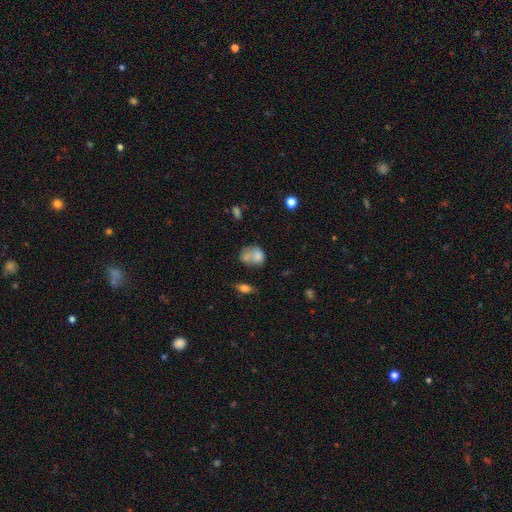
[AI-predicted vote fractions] A smooth galaxy with no disk features (71%) that is in between round and cigar-shaped (58%). Merging: merger (41%).